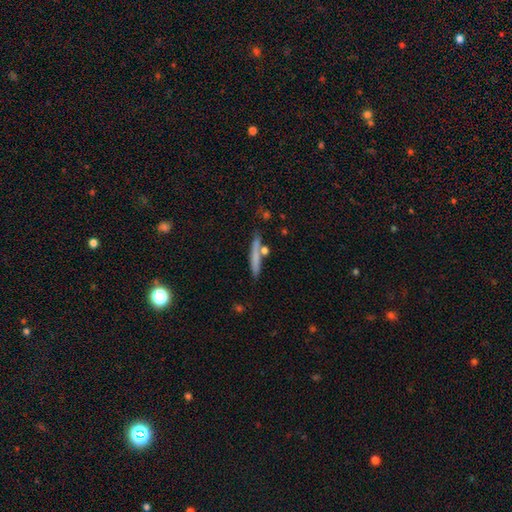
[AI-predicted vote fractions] smooth_or_featured: smooth (p=0.64) [alt: featured or disk p=0.29]
how_rounded: cigar-shaped (p=0.93) [alt: in between p=0.05]
merging: none (p=0.76) [alt: minor disturbance p=0.12]